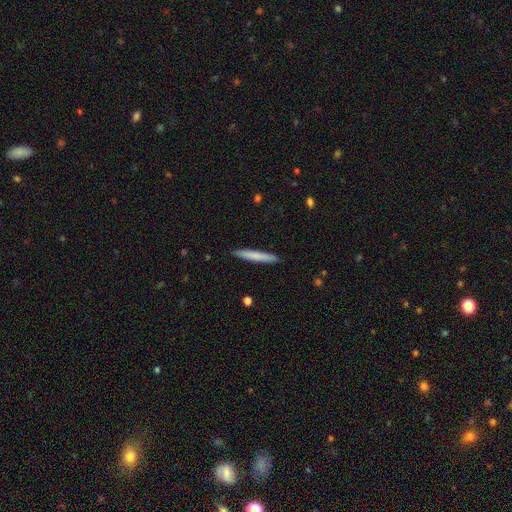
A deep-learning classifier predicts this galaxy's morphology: Smooth or featured? Predicted: smooth (p=0.74). How rounded? Predicted: cigar-shaped (p=0.96). Merging? Predicted: none (p=0.92).